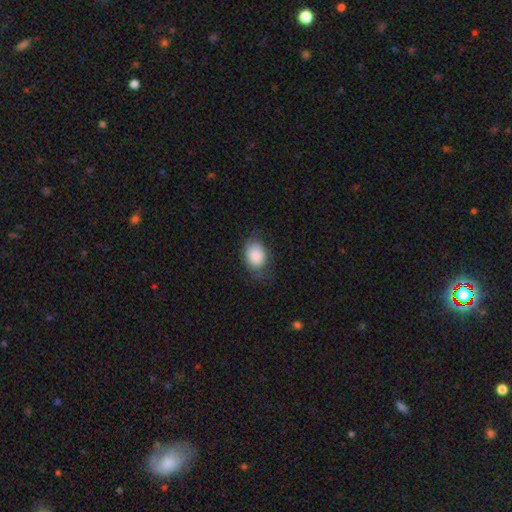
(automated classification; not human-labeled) Smooth or featured?
  - smooth: 87% *
  - star or artifact: 7%
  - featured or disk: 7%
How rounded?
  - in between: 73% *
  - round: 25%
  - cigar-shaped: 1%
Merging?
  - none: 66% *
  - minor disturbance: 24%
  - major disturbance: 9%
  - merger: 1%